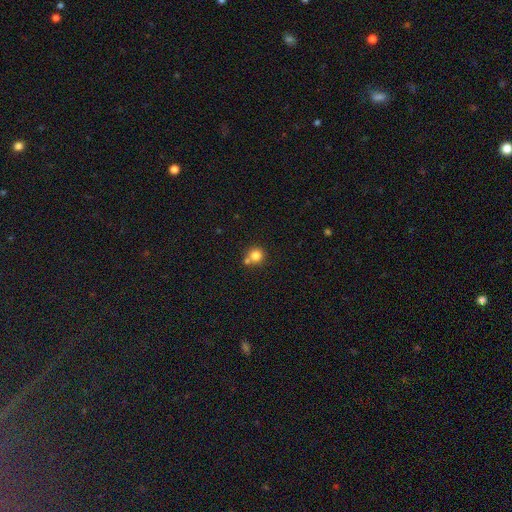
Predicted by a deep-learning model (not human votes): Q: Smooth or featured?
A: smooth (81%); runner-up: star or artifact (11%)
Q: How rounded?
A: round (91%); runner-up: in between (8%)
Q: Merging?
A: none (58%); runner-up: merger (31%)